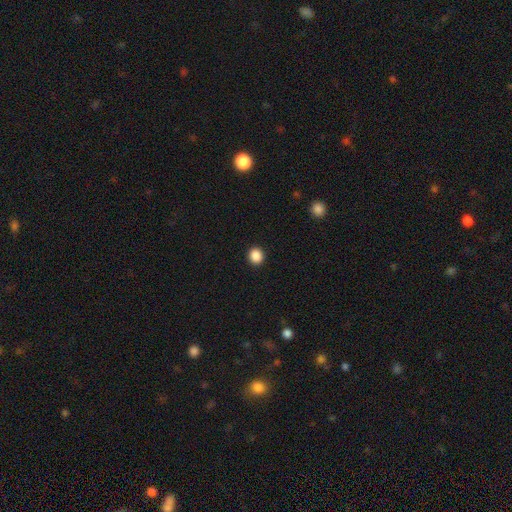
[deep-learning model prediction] smooth-or-featured: smooth: 88% | star or artifact: 10% | featured or disk: 2%
  how-rounded: round: 86% | in between: 13% | cigar-shaped: 1%
  merging: none: 93% | minor disturbance: 4% | major disturbance: 2% | merger: 1%